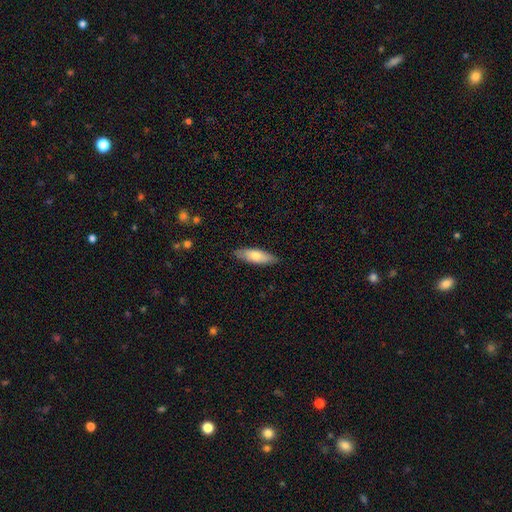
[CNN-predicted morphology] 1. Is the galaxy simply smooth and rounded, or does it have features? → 74% smooth, 21% featured or disk, 5% star or artifact.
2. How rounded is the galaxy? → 55% in between, 43% cigar-shaped, 2% round.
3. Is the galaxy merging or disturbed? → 86% none, 11% minor disturbance, 2% major disturbance, 1% merger.